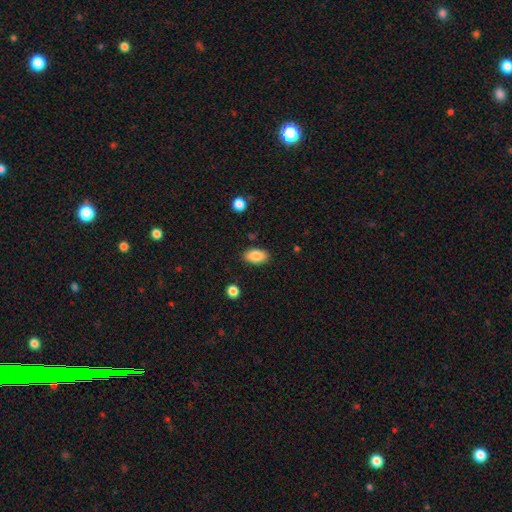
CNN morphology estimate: type=smooth (87%); roundness=in between (92%); merging=none (86%).